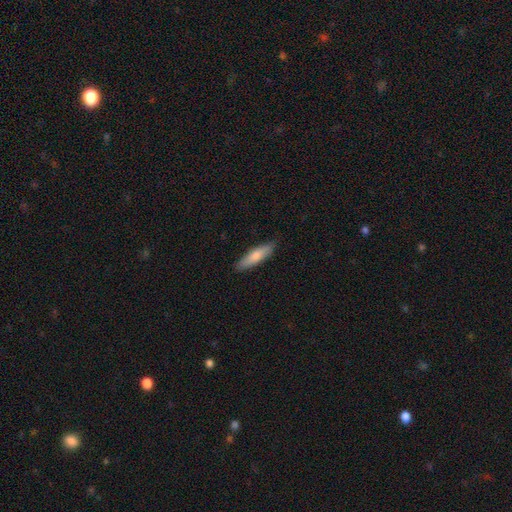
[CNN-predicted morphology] smooth 75%, featured or disk 20%, star or artifact 5%. Down the decision tree: how rounded — cigar-shaped (69%); merging — none (87%).